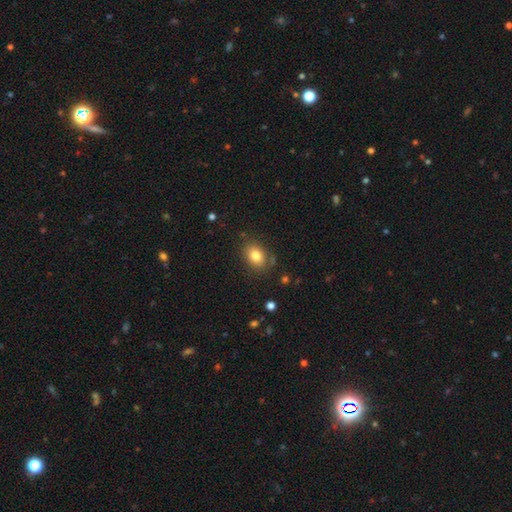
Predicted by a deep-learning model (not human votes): Smooth or featured?
  - smooth: 82% *
  - star or artifact: 10%
  - featured or disk: 8%
How rounded?
  - in between: 68% *
  - round: 31%
  - cigar-shaped: 1%
Merging?
  - none: 81% *
  - minor disturbance: 13%
  - major disturbance: 4%
  - merger: 3%